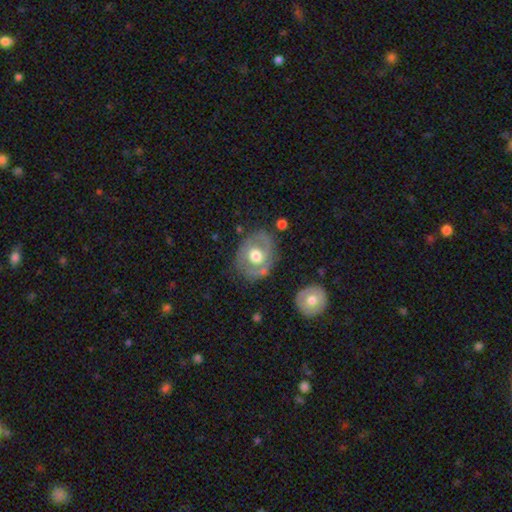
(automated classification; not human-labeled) Morphology: type=featured or disk (60%); edge-on=no (95%); bar=no (77%); spiral arms=no (53%); bulge=moderate (59%); merging=none (71%).